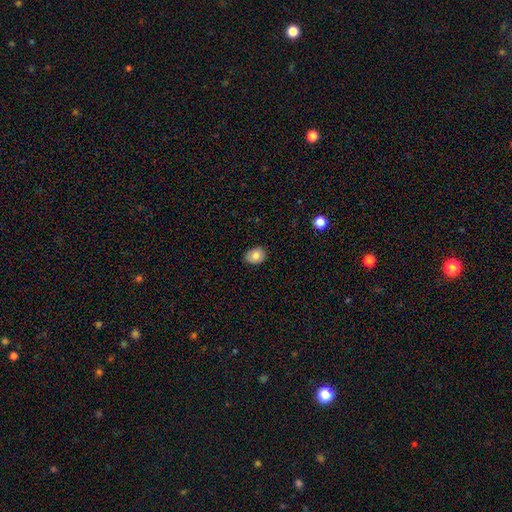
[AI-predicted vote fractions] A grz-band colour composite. It shows a smooth galaxy with no disk features (78%) that is in between round and cigar-shaped (65%). Merging: none (88%).